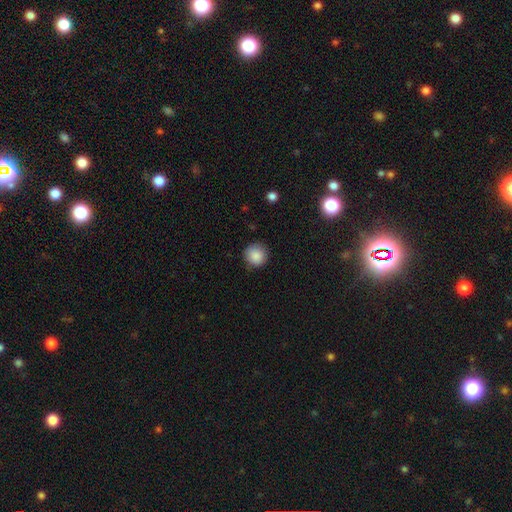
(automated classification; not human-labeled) Morphology: type=smooth (88%); roundness=round (93%); merging=none (85%).